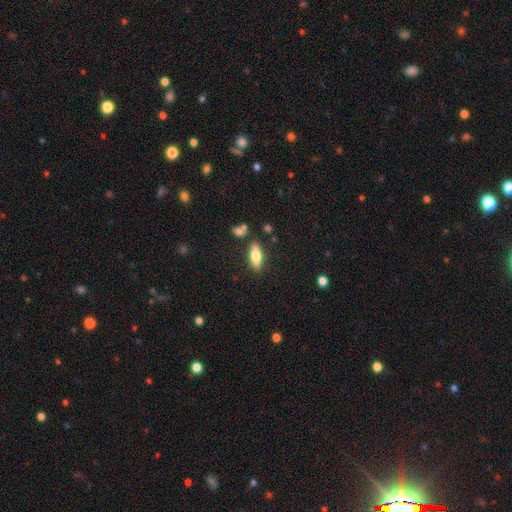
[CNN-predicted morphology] The model was most divided on "how rounded": in between: 61%, cigar-shaped: 36%, round: 2%. More confident: merging — none (82%); smooth or featured — smooth (69%).